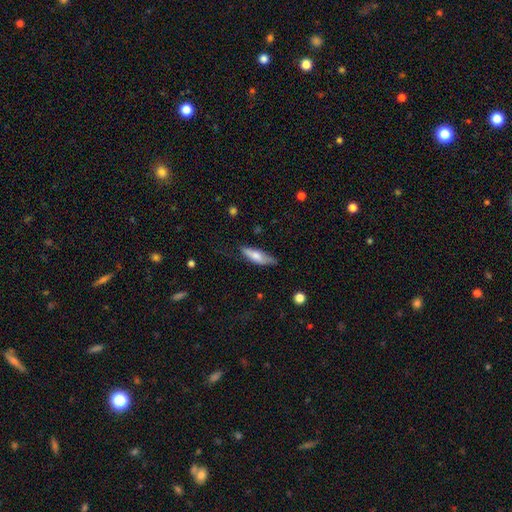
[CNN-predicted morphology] Q: Smooth or featured?
A: smooth (63%); runner-up: featured or disk (31%)
Q: How rounded?
A: cigar-shaped (54%); runner-up: in between (44%)
Q: Merging?
A: none (60%); runner-up: minor disturbance (29%)